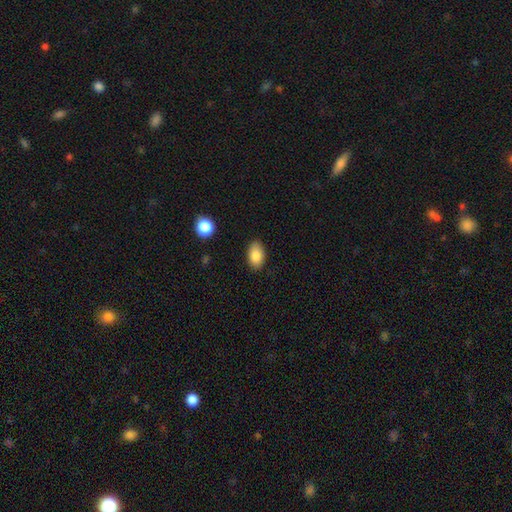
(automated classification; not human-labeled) A smooth galaxy with no disk features (85%) that is in between round and cigar-shaped (91%). Merging: none (85%).